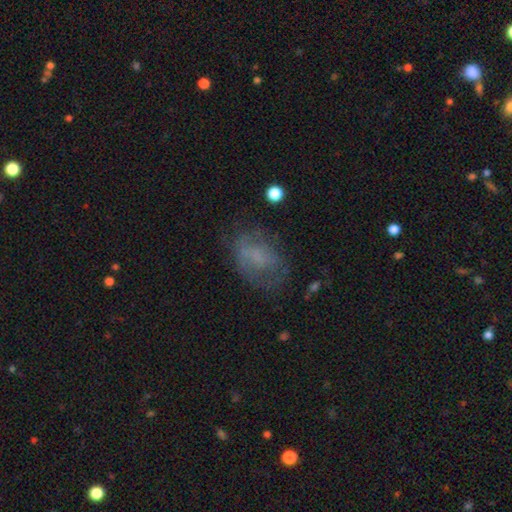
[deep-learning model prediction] Q: Smooth or featured?
A: smooth (52%); runner-up: featured or disk (34%)
Q: How rounded?
A: in between (79%); runner-up: round (19%)
Q: Merging?
A: none (54%); runner-up: minor disturbance (24%)